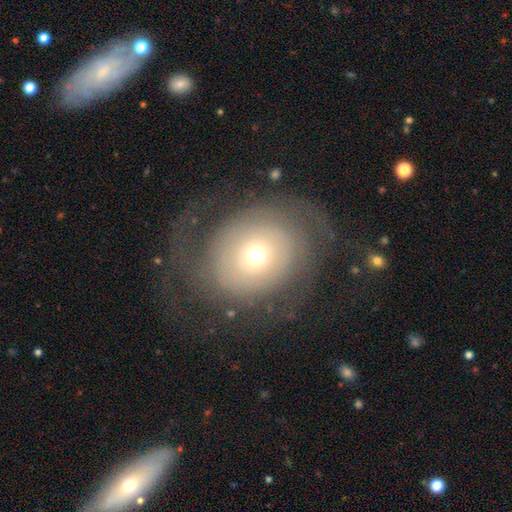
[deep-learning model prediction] Smooth or featured? Predicted: featured or disk (p=0.58). Edge-on disk? Predicted: no (p=0.95). Bar? Predicted: no (p=0.86). Spiral arms? Predicted: yes (p=0.66). Bulge size? Predicted: moderate (p=0.49). Merging? Predicted: none (p=0.62).